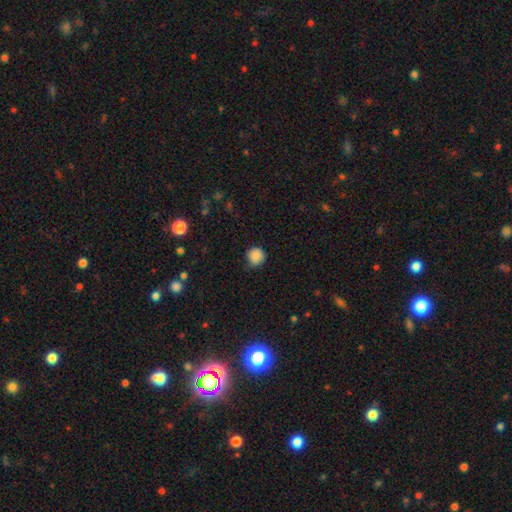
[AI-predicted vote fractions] Overall: smooth (87%). How rounded: round (93%). Merging: none (77%).